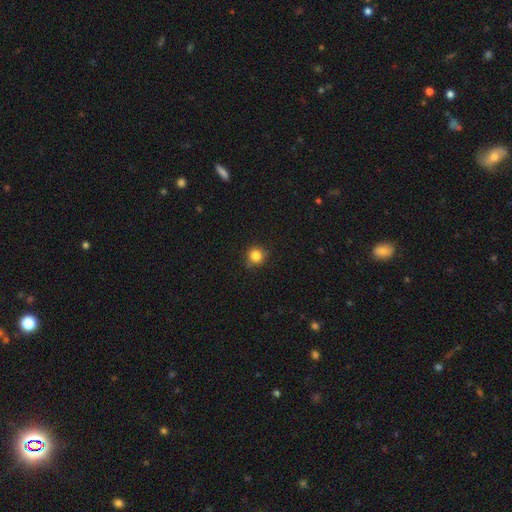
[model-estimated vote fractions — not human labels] Q: Smooth or featured?
A: smooth (84%); runner-up: star or artifact (12%)
Q: How rounded?
A: round (92%); runner-up: in between (7%)
Q: Merging?
A: none (84%); runner-up: minor disturbance (11%)